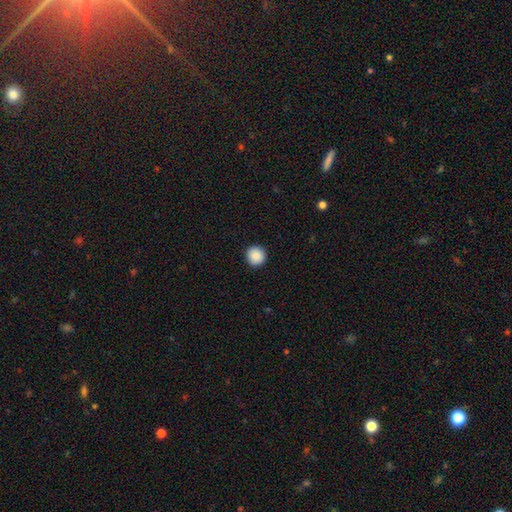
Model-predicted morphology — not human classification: This is clearly a smooth galaxy (89%). How rounded: clearly round (94%). Merging: clearly none (93%).